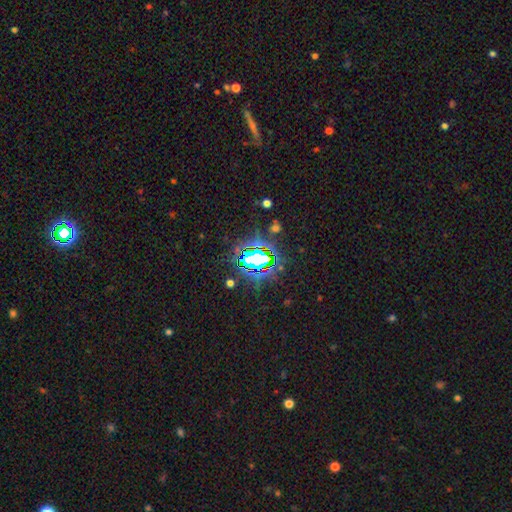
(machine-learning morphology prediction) Smooth or featured: star or artifact — 74% (smooth — 14%)